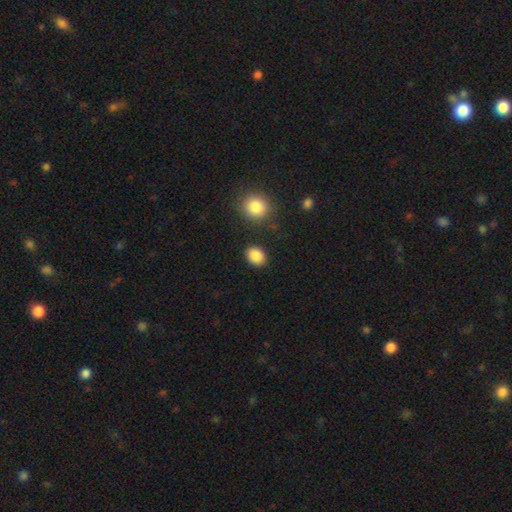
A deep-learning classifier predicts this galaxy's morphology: smooth_or_featured: smooth (p=0.88) [alt: star or artifact p=0.08]
how_rounded: in between (p=0.56) [alt: round p=0.43]
merging: none (p=0.85) [alt: minor disturbance p=0.09]